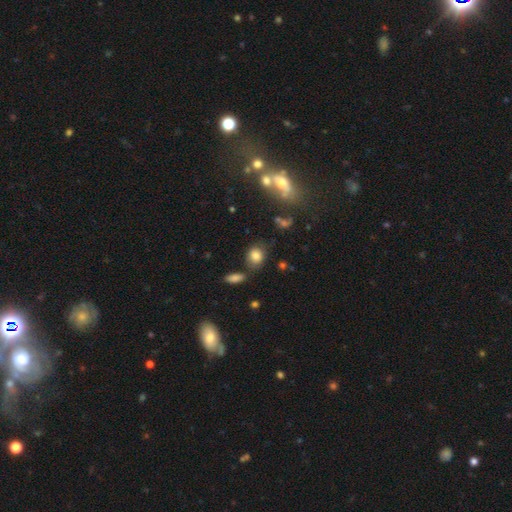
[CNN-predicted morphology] Smooth or featured? Predicted: smooth (p=0.79). How rounded? Predicted: round (p=0.56). Merging? Predicted: none (p=0.71).